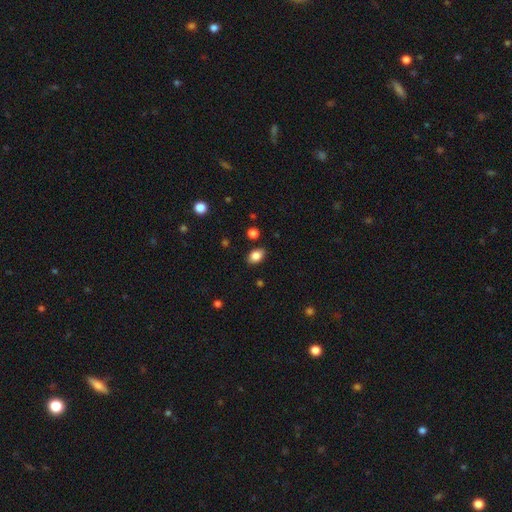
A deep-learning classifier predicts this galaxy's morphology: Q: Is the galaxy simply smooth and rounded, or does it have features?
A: smooth — 84%.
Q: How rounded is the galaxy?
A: in between — 81%.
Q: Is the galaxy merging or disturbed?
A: none — 85%.